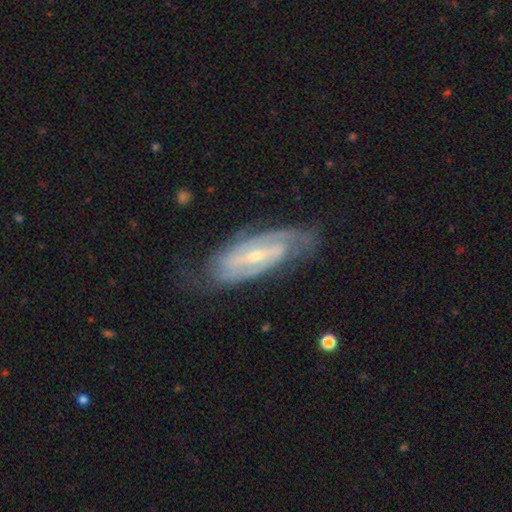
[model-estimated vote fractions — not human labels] The model was most divided on "bar": strong: 41%, weak: 39%, no: 20%. Remaining: spiral arms — yes (95%); edge-on disk — no (90%); smooth or featured — featured or disk (86%); merging — none (71%); spiral arm count — 2 (67%); bulge size — small (61%); spiral winding — tight (49%).